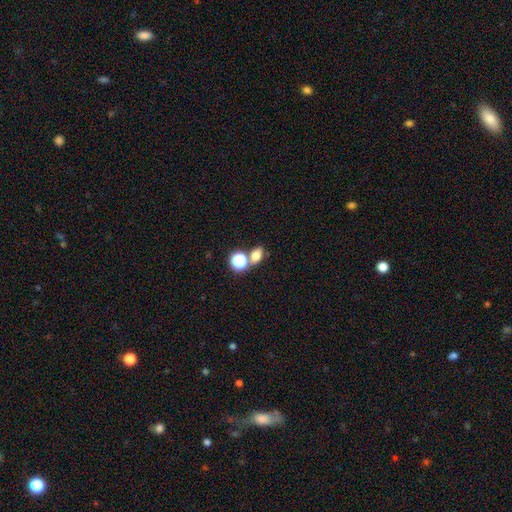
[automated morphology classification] Smooth or featured: smooth — 73% (star or artifact — 18%)
How rounded: in between — 60% (round — 38%)
Merging: none — 57% (merger — 30%)